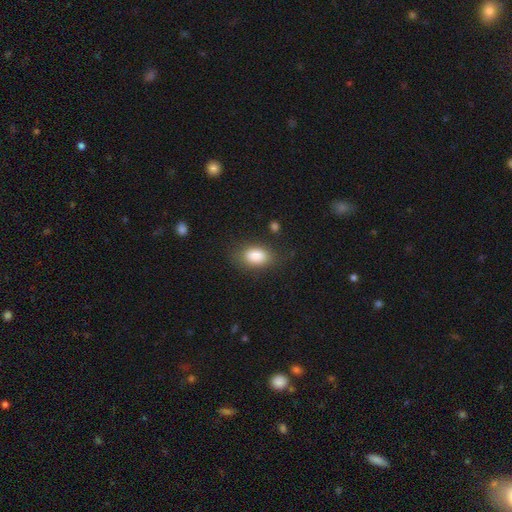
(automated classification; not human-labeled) This appears to be a smooth galaxy with no disk features (86%) that is in between round and cigar-shaped (83%). Merging: none (77%).